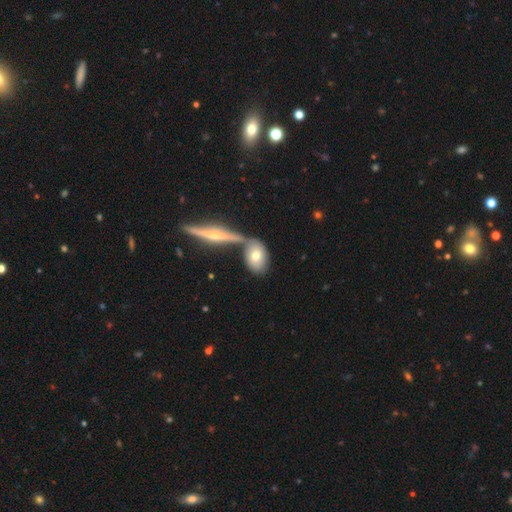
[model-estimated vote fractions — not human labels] A smooth galaxy with no disk features (67%) that is in between round and cigar-shaped (79%).

Vote fractions:
- Smooth or featured? smooth: 67% / featured or disk: 26% / star or artifact: 7%
- How rounded? in between: 79% / round: 14% / cigar-shaped: 7%
- Merging? none: 53% / merger: 30% / minor disturbance: 13% / major disturbance: 4%